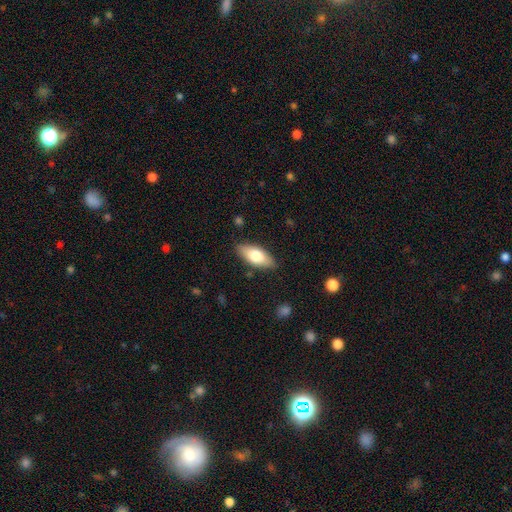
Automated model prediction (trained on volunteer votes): smooth_or_featured: smooth (p=0.71) [alt: featured or disk p=0.23]
how_rounded: in between (p=0.83) [alt: cigar-shaped p=0.14]
merging: none (p=0.85) [alt: minor disturbance p=0.11]